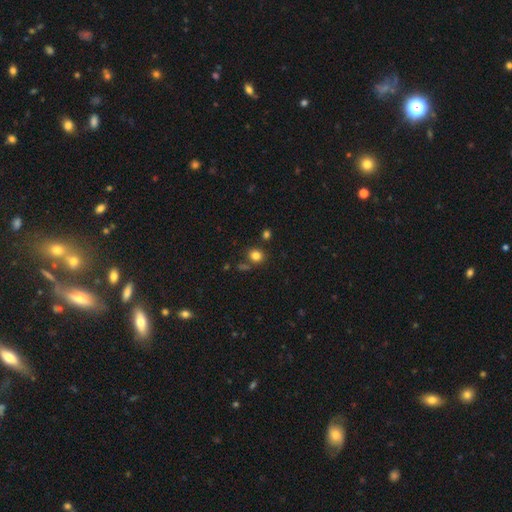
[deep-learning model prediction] This appears to be a smooth galaxy with no disk features (81%) that is round (78%). Merging: none (79%).